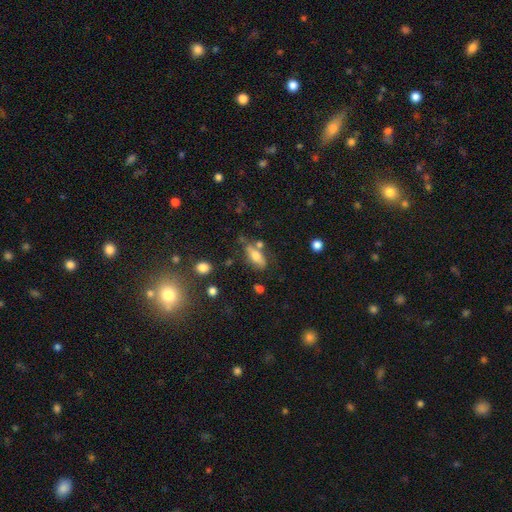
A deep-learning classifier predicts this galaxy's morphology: smooth-or-featured: smooth: 66% | featured or disk: 25% | star or artifact: 9%
  how-rounded: in between: 73% | cigar-shaped: 23% | round: 4%
  merging: none: 59% | minor disturbance: 20% | merger: 14% | major disturbance: 7%